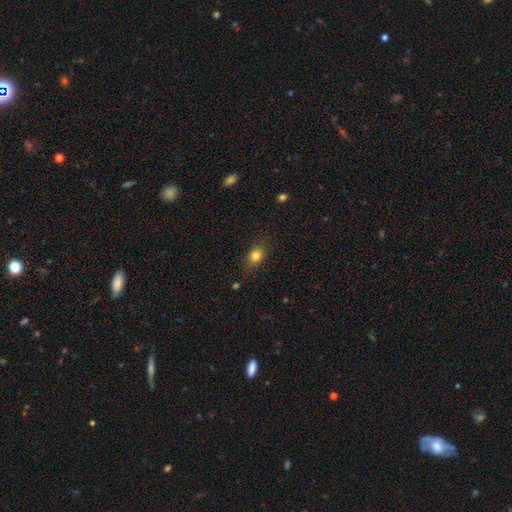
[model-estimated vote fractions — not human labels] smooth-or-featured: smooth: 81% | star or artifact: 11% | featured or disk: 8%
  how-rounded: in between: 62% | round: 35% | cigar-shaped: 2%
  merging: none: 82% | minor disturbance: 13% | major disturbance: 4% | merger: 1%